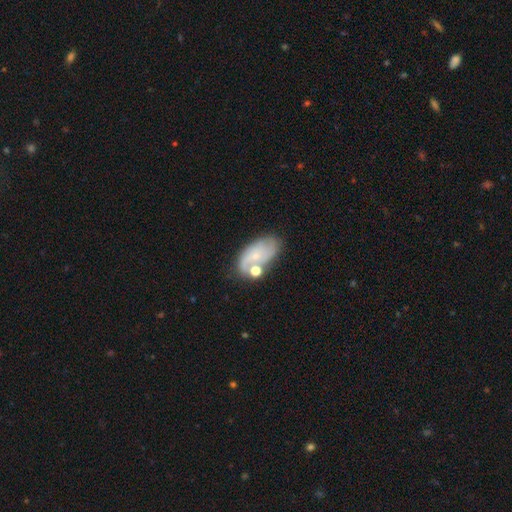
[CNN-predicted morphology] A featured or disk galaxy (49%).

Vote fractions:
- Smooth or featured? featured or disk: 49% / smooth: 41% / star or artifact: 9%
- Merging? none: 50% / minor disturbance: 22% / merger: 18% / major disturbance: 10%